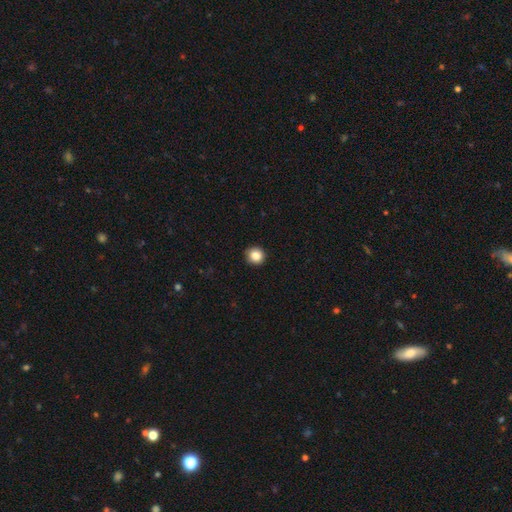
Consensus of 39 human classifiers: This is clearly a smooth galaxy (95%). How rounded: clearly round (95%). Merging: clearly none (92%).